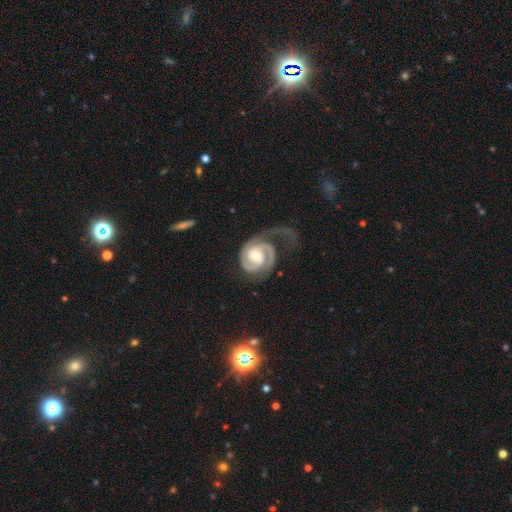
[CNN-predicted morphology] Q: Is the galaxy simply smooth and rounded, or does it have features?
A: featured or disk — 90%.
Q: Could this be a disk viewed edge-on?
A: no — 98%.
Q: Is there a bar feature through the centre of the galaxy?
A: no — 56%.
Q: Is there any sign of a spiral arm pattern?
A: yes — 97%.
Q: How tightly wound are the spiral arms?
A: tight — 56%.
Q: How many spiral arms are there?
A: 2 — 65%.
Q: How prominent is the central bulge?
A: moderate — 54%.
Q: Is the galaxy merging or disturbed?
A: none — 41%.